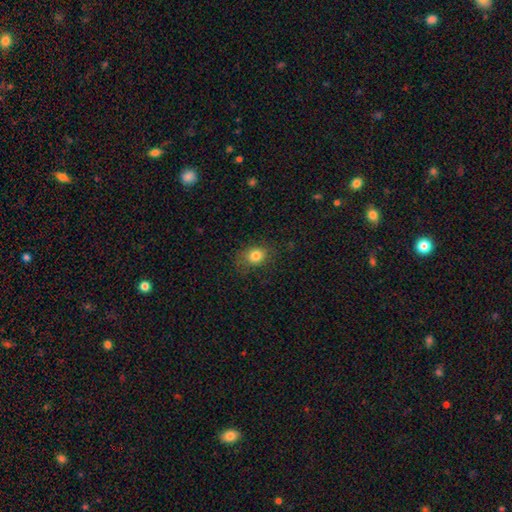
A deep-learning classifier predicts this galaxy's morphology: A smooth galaxy with no disk features (81%) that is round (52%). Merging: none (74%).